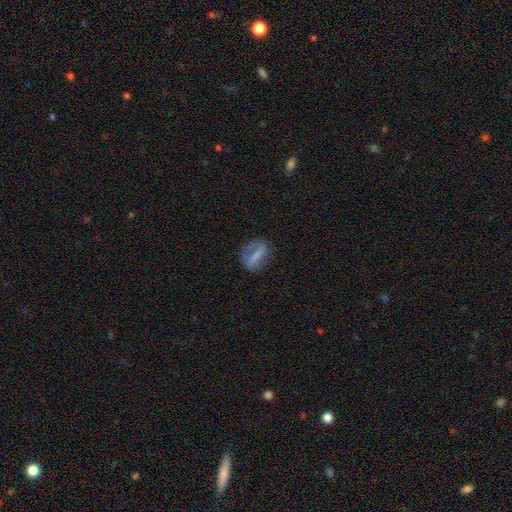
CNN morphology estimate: Smooth or featured? Predicted: smooth (p=0.47). Merging? Predicted: none (p=0.62).